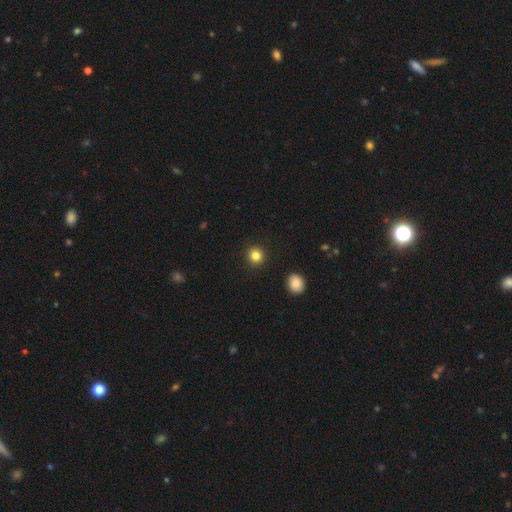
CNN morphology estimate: Smooth or featured? smooth (84%)
How rounded? round (92%)
Merging? none (92%)